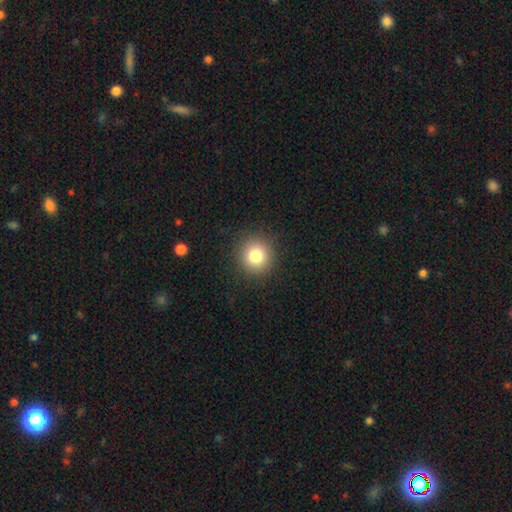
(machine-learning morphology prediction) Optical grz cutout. It shows a smooth galaxy with no disk features (81%) that is round (93%). Merging: none (90%).